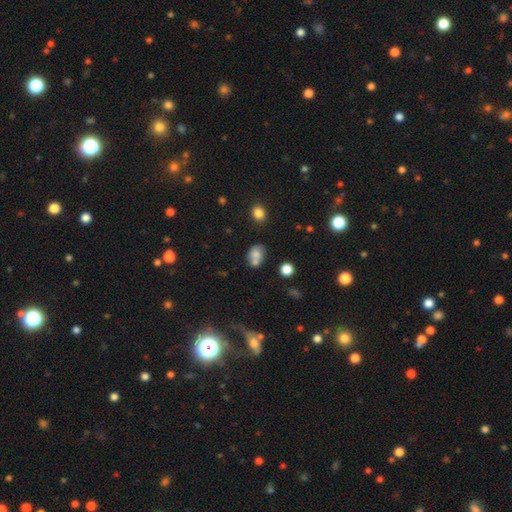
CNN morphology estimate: A smooth galaxy with no disk features (72%) that is in between round and cigar-shaped (59%).

Vote fractions:
- Smooth or featured? smooth: 72% / featured or disk: 17% / star or artifact: 12%
- How rounded? in between: 59% / round: 39% / cigar-shaped: 1%
- Merging? none: 40% (tied) / merger: 40% (tied) / minor disturbance: 14% / major disturbance: 5%